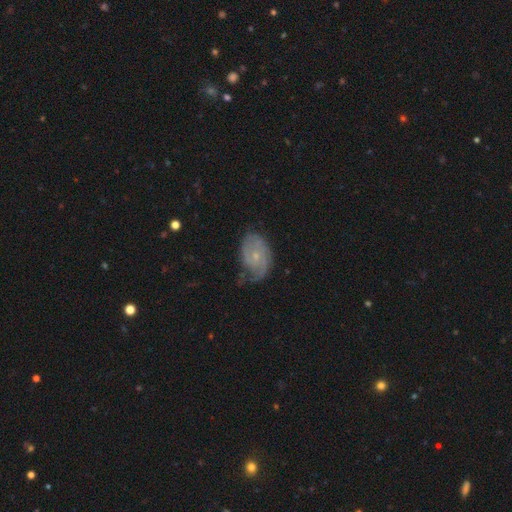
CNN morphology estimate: The model was most divided on "spiral winding": tight: 47%, medium: 36%, loose: 17%. Remaining: edge-on disk — no (97%); spiral arms — yes (89%); bulge size — small (74%); bar — no (74%); smooth or featured — featured or disk (71%); merging — none (53%); spiral arm count — 2 (45%).